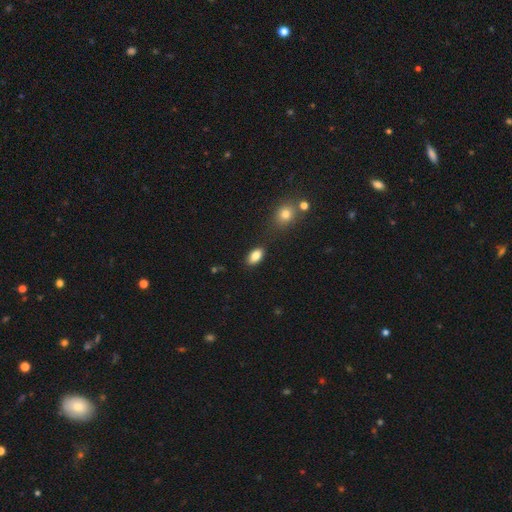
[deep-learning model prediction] Morphology: type=smooth (85%); roundness=in between (91%); merging=none (82%).